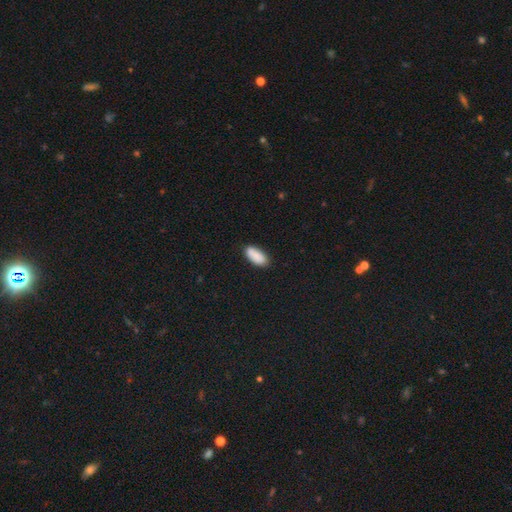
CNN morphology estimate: smooth-or-featured: smooth: 88% | star or artifact: 7% | featured or disk: 5%
  how-rounded: in between: 85% | cigar-shaped: 13% | round: 2%
  merging: none: 80% | minor disturbance: 14% | merger: 3% | major disturbance: 3%